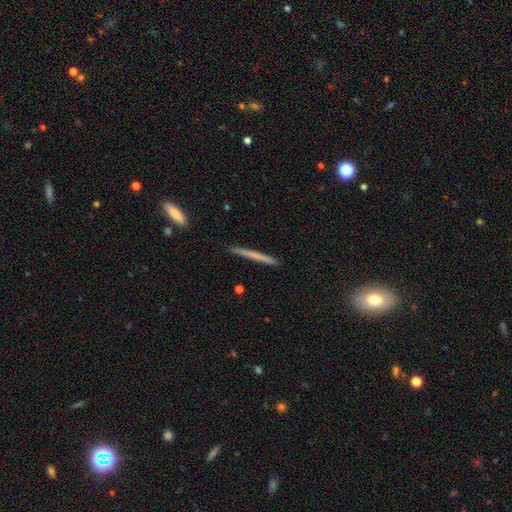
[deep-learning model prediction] Smooth or featured? smooth (55%)
How rounded? cigar-shaped (97%)
Merging? none (91%)